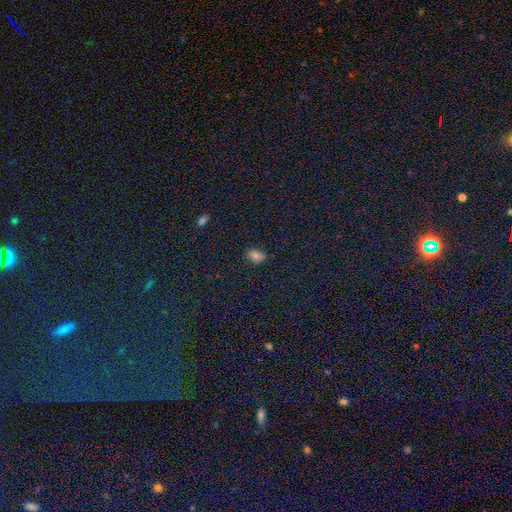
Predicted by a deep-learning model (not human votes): A smooth galaxy with no disk features (70%) that is in between round and cigar-shaped (76%). Merging: none (77%).